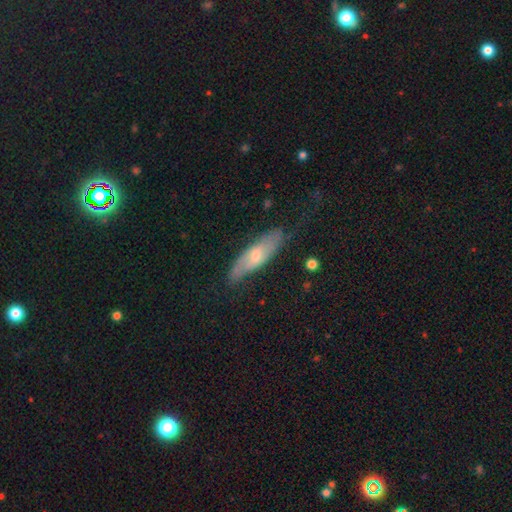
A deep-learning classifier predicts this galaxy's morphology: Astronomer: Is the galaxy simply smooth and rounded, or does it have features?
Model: featured or disk — 48% (runner-up: smooth, 45%).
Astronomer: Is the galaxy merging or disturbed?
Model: none — 69%.